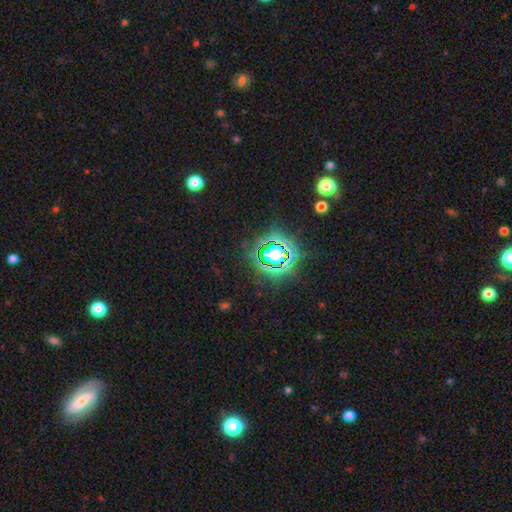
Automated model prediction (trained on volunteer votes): smooth-or-featured: star or artifact: 81% | smooth: 12% | featured or disk: 7%